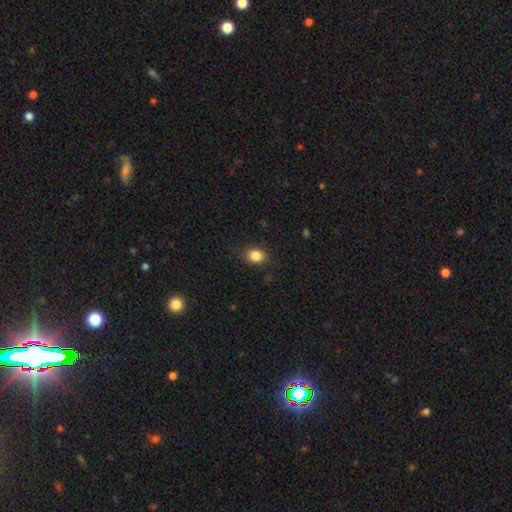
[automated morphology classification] Smooth or featured? smooth (85%)
How rounded? in between (50%)
Merging? none (84%)